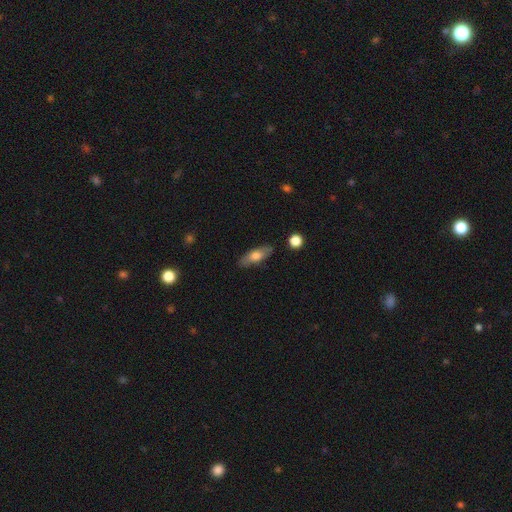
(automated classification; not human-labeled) smooth 63%, featured or disk 30%, star or artifact 6%. Down the decision tree: how rounded — in between (60%); merging — none (85%).